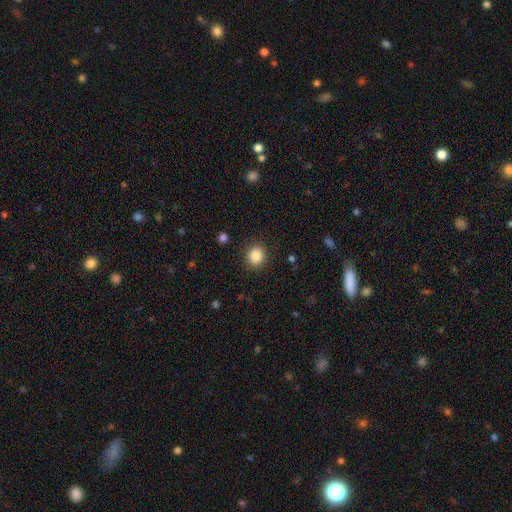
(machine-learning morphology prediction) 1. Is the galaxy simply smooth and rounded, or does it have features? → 87% smooth, 10% star or artifact, 3% featured or disk.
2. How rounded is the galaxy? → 83% round, 16% in between, 1% cigar-shaped.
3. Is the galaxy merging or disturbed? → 89% none, 7% minor disturbance, 3% major disturbance, 1% merger.